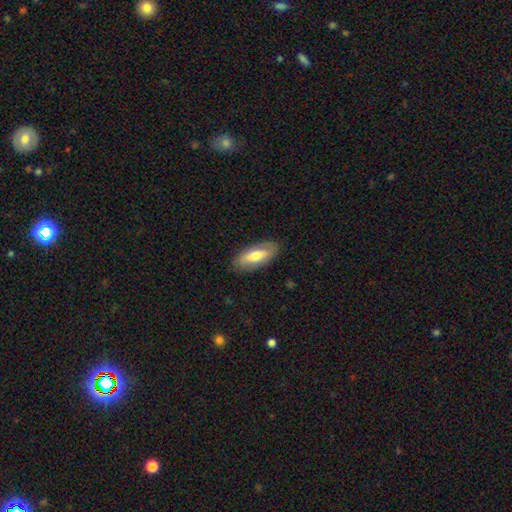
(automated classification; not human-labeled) Q: Smooth or featured?
A: smooth (62%); runner-up: featured or disk (33%)
Q: How rounded?
A: in between (84%); runner-up: cigar-shaped (14%)
Q: Merging?
A: none (84%); runner-up: minor disturbance (12%)